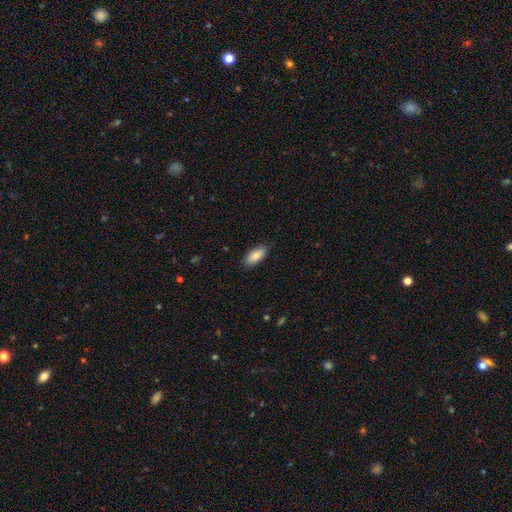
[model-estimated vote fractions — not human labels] Q: Smooth or featured?
A: smooth (89%); runner-up: star or artifact (6%)
Q: How rounded?
A: in between (88%); runner-up: cigar-shaped (10%)
Q: Merging?
A: none (86%); runner-up: minor disturbance (10%)